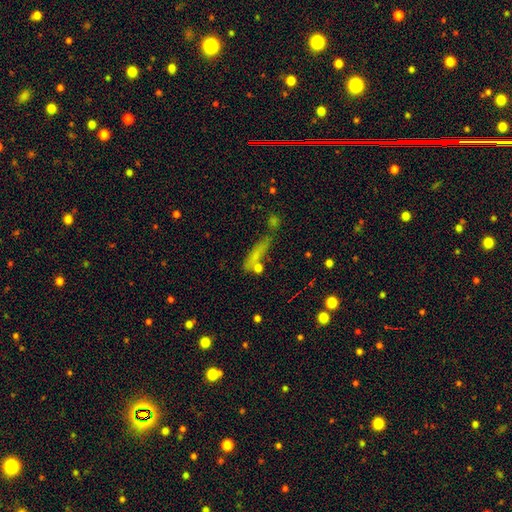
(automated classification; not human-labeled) This appears to be a smooth galaxy with no disk features (64%) that is cigar-shaped (74%). Merging: none (59%).